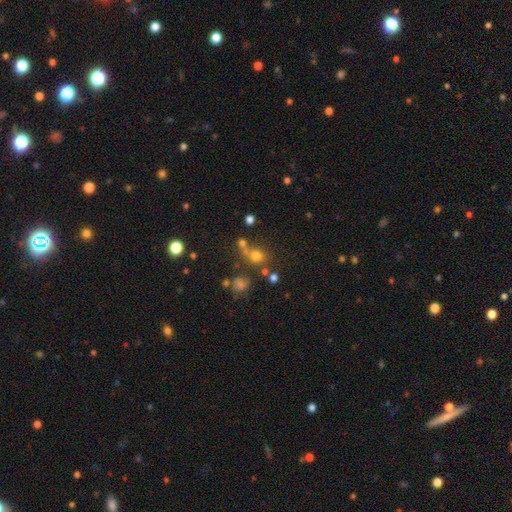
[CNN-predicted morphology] type=smooth (68%); roundness=round (77%); merging=none (54%).